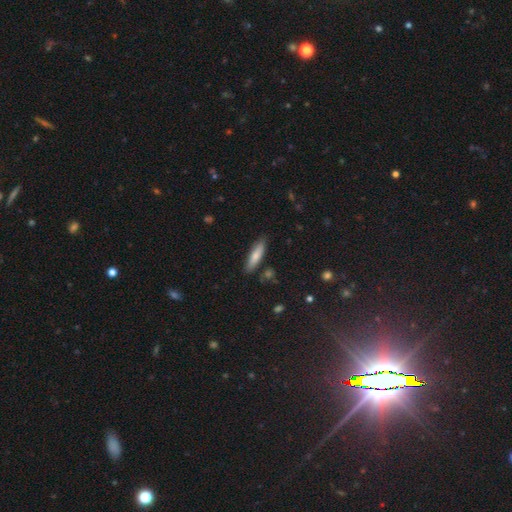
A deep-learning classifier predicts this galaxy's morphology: This appears to be a smooth galaxy with no disk features (75%) that is cigar-shaped (76%). Merging: none (85%).